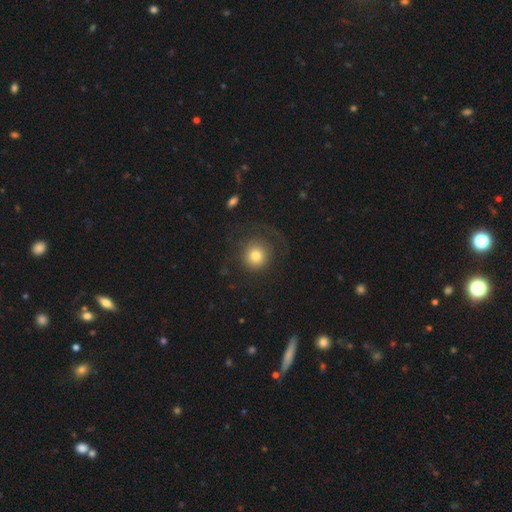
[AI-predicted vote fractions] The model was most divided on "merging": none: 66%, major disturbance: 19%, minor disturbance: 13%, merger: 2%. More confident: how rounded — round (92%); smooth or featured — smooth (75%).